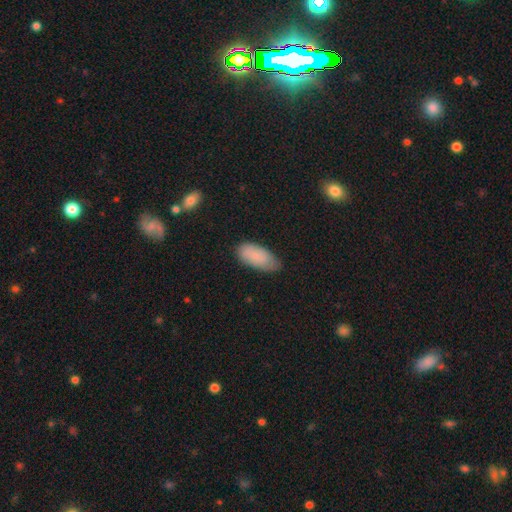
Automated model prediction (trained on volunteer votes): A smooth galaxy with no disk features (83%) that is in between round and cigar-shaped (91%).

Vote fractions:
- Smooth or featured? smooth: 83% / featured or disk: 10% / star or artifact: 7%
- How rounded? in between: 91% / cigar-shaped: 7% / round: 2%
- Merging? none: 66% / minor disturbance: 28% / major disturbance: 4% / merger: 2%